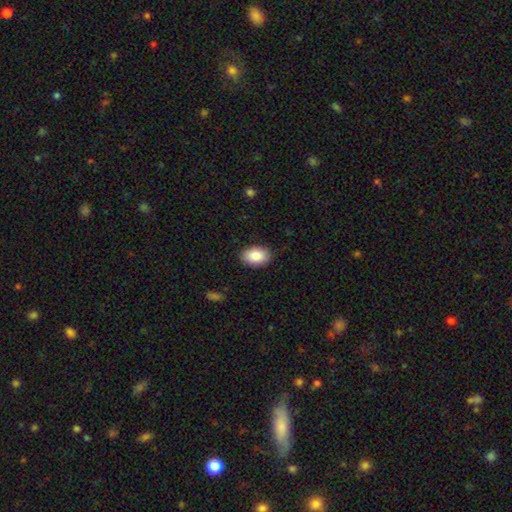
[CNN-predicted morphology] smooth_or_featured: smooth (p=0.87) [alt: star or artifact p=0.07]
how_rounded: in between (p=0.89) [alt: round p=0.10]
merging: none (p=0.87) [alt: minor disturbance p=0.10]